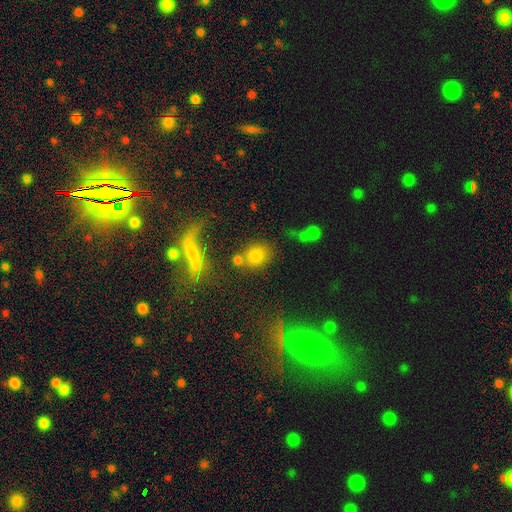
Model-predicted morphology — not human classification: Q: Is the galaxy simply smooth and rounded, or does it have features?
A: smooth — 72%.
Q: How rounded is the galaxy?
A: round — 68%.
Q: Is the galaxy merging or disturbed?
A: none — 57%.